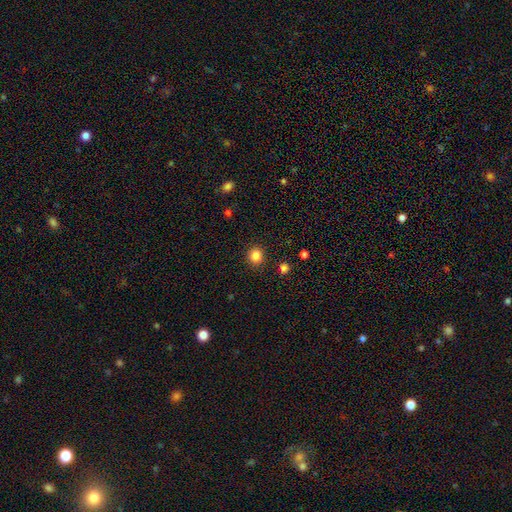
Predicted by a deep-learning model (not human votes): Q: Smooth or featured?
A: smooth (84%); runner-up: star or artifact (12%)
Q: How rounded?
A: round (89%); runner-up: in between (10%)
Q: Merging?
A: none (91%); runner-up: minor disturbance (6%)